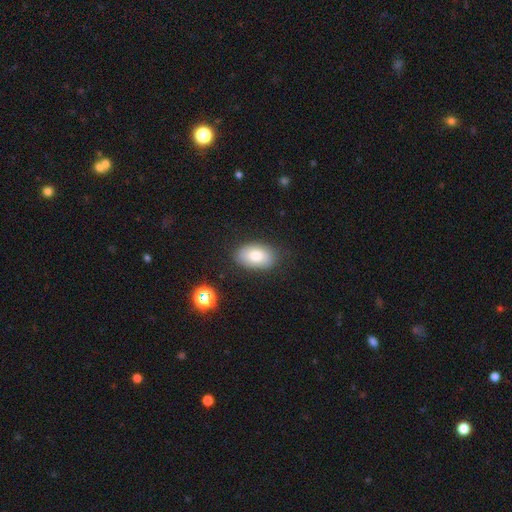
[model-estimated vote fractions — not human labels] Overall: smooth (80%). How rounded: in between (91%). Merging: none (82%).